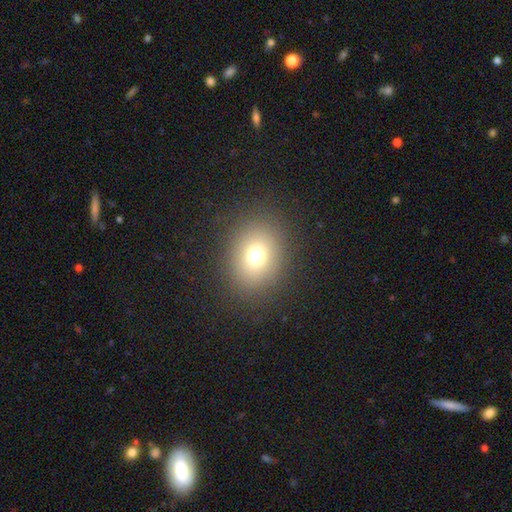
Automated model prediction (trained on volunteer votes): Smooth or featured: smooth — 73% (star or artifact — 17%)
How rounded: round — 61% (in between — 38%)
Merging: none — 87% (minor disturbance — 8%)